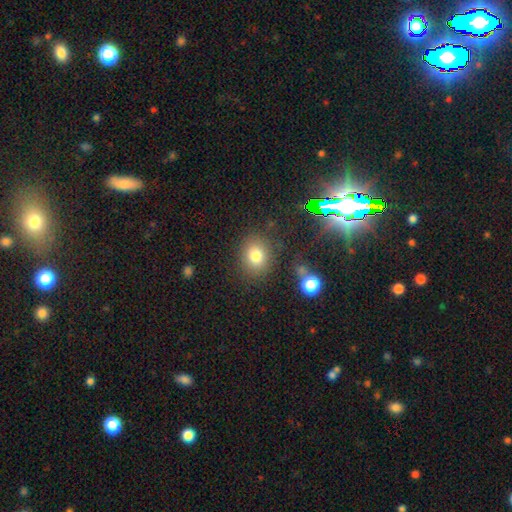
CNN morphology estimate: smooth 79%, star or artifact 13%, featured or disk 8%. Down the decision tree: how rounded — round (67%); merging — none (83%).